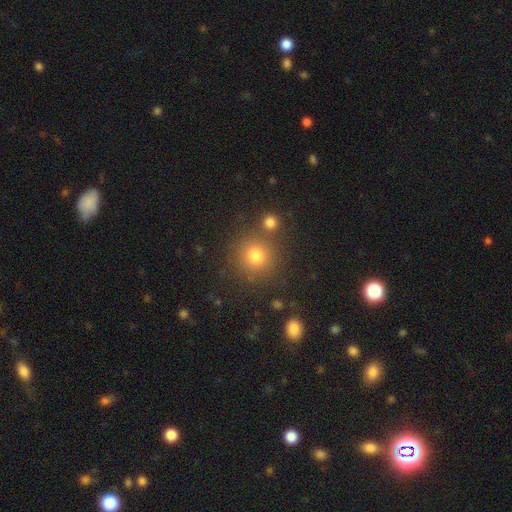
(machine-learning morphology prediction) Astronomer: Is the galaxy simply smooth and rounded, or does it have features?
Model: smooth — 77%.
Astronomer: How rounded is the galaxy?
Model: round — 93%.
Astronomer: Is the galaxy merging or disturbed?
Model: none — 81%.